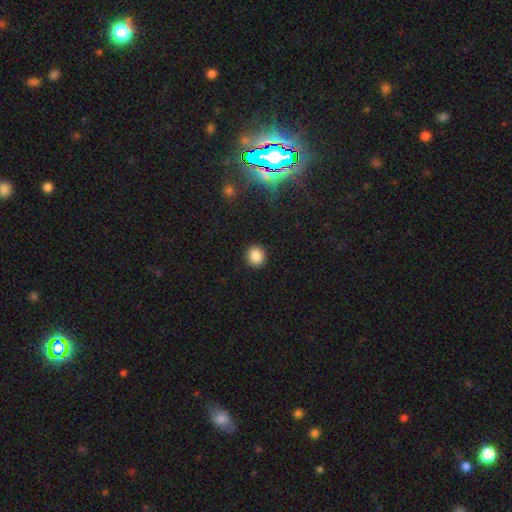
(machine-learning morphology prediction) A smooth galaxy with no disk features (87%) that is round (75%). Merging: none (91%).